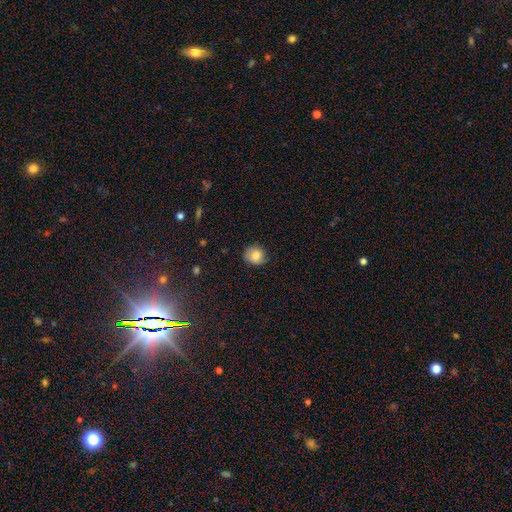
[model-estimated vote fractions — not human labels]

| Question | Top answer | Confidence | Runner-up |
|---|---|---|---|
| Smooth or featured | smooth | 79% | featured or disk (12%) |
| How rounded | round | 75% | in between (24%) |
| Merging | none | 71% | minor disturbance (23%) |